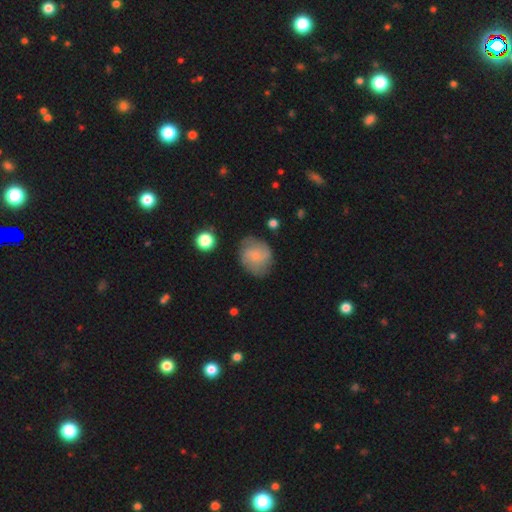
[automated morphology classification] Smooth or featured? Predicted: smooth (p=0.54). How rounded? Predicted: round (p=0.67). Merging? Predicted: none (p=0.67).